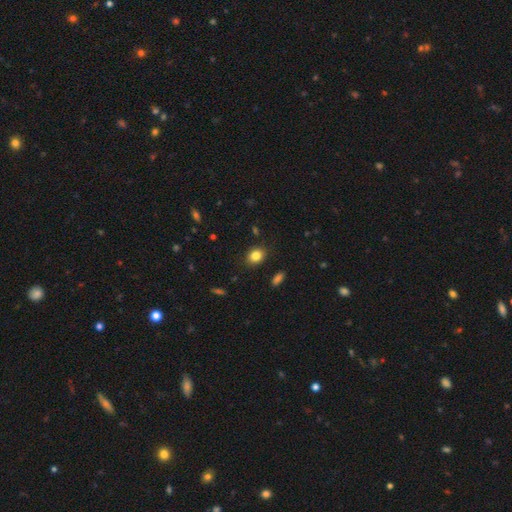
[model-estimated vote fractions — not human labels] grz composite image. It shows a smooth galaxy with no disk features (83%) that is in between round and cigar-shaped (50%). Merging: none (87%).